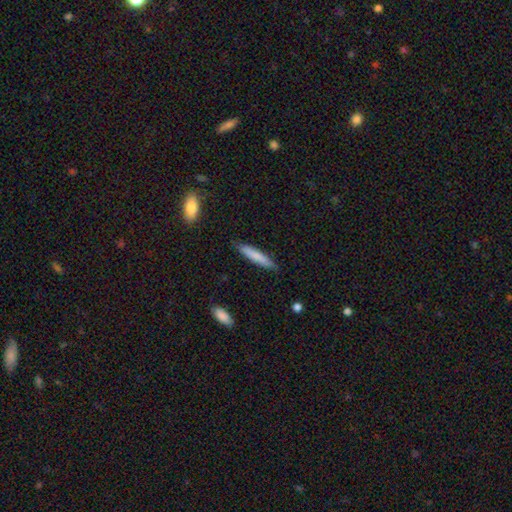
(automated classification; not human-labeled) smooth 76%, featured or disk 19%, star or artifact 6%. Down the decision tree: how rounded — cigar-shaped (91%); merging — none (85%).